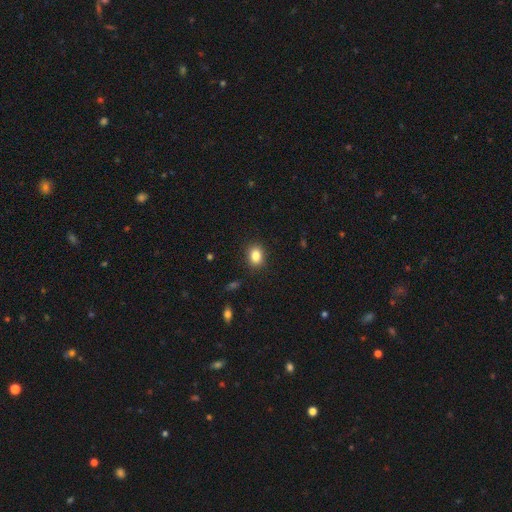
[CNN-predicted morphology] This is clearly a smooth galaxy (84%). How rounded: likely in between (60%). Merging: clearly none (88%).